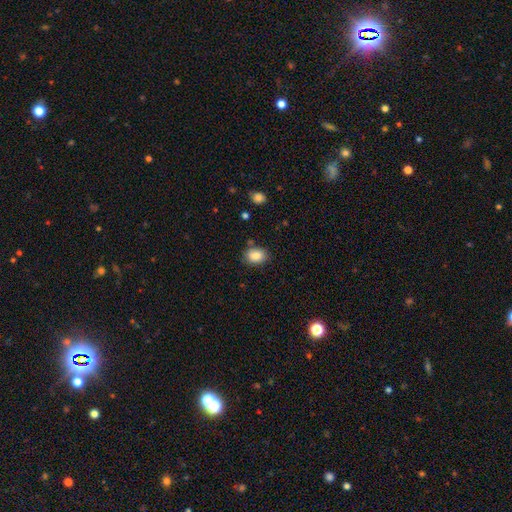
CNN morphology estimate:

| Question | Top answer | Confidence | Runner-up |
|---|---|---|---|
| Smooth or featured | smooth | 85% | star or artifact (9%) |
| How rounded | in between | 67% | round (32%) |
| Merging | none | 78% | minor disturbance (14%) |